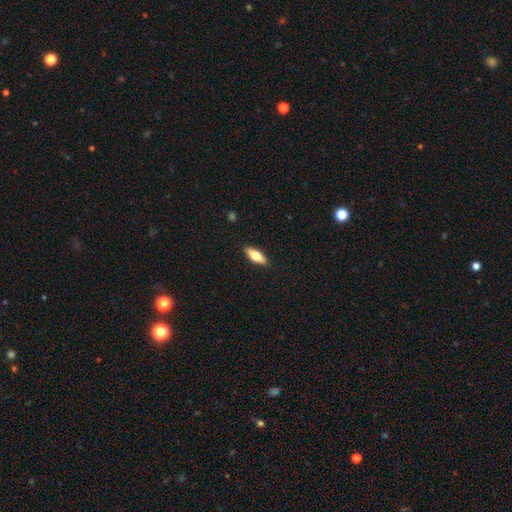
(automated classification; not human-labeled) Smooth or featured?
  - smooth: 61% *
  - featured or disk: 33%
  - star or artifact: 6%
How rounded?
  - in between: 59% *
  - cigar-shaped: 38%
  - round: 3%
Merging?
  - none: 90% *
  - minor disturbance: 8%
  - major disturbance: 2%
  - merger: 1%